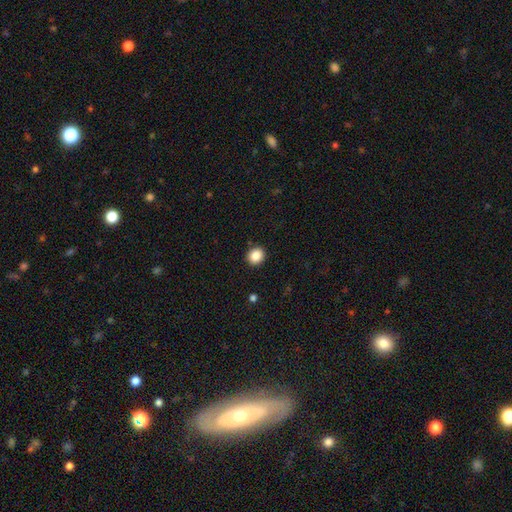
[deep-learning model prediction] Morphology: type=smooth (87%); roundness=round (81%); merging=none (91%).